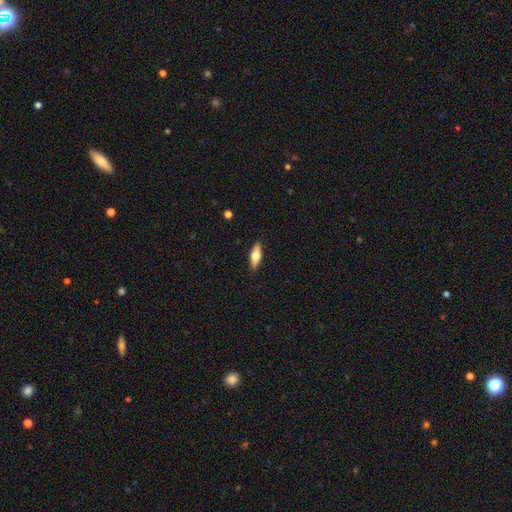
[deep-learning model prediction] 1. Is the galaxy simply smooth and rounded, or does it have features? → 52% smooth, 42% featured or disk, 6% star or artifact.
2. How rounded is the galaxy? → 56% in between, 41% cigar-shaped, 3% round.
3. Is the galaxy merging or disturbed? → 89% none, 8% minor disturbance, 2% major disturbance, 1% merger.